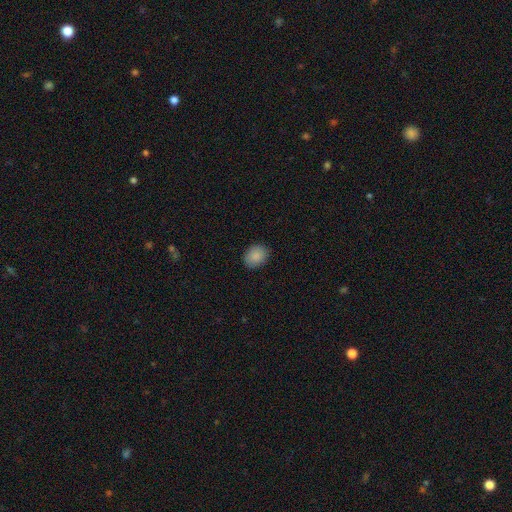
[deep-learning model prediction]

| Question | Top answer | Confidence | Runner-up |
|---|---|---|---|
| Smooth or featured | smooth | 88% | star or artifact (8%) |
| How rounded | in between | 59% | round (40%) |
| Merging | none | 88% | minor disturbance (9%) |